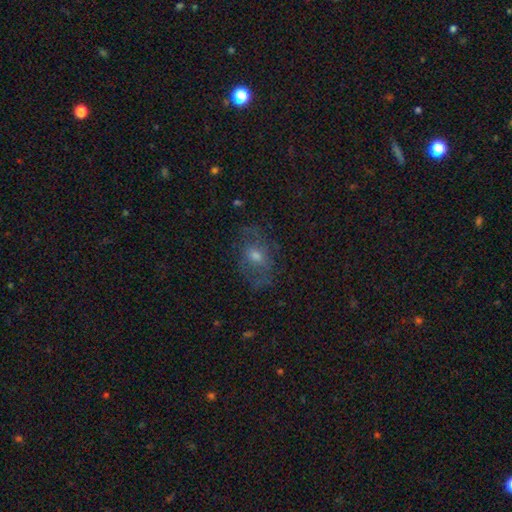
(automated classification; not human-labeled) This is possibly a featured or disk galaxy (51%). It is clearly not viewed edge-on (93%). Merging: likely none (65%).